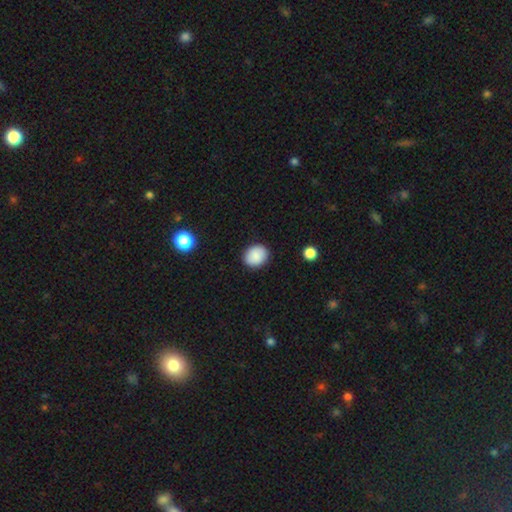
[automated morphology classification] A smooth galaxy with no disk features (87%) that is round (59%). Merging: none (88%).